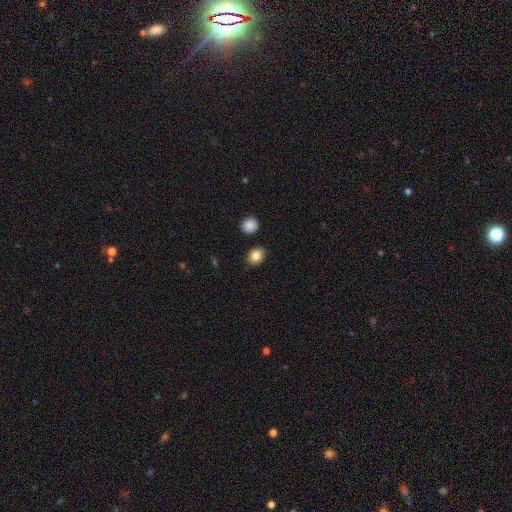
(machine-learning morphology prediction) Smooth or featured? Predicted: smooth (p=0.84). How rounded? Predicted: round (p=0.51). Merging? Predicted: none (p=0.86).